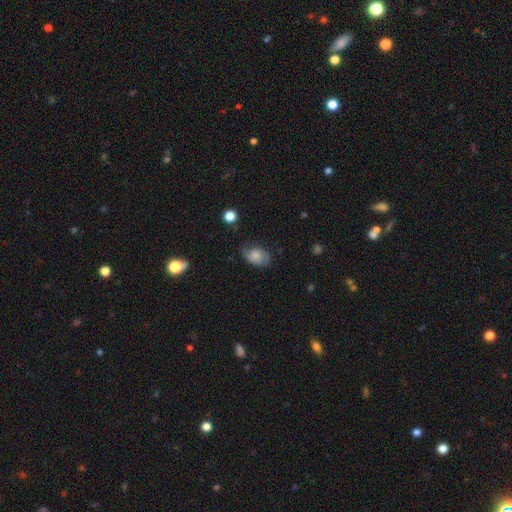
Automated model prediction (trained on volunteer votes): This appears to be a smooth galaxy with no disk features (65%) that is in between round and cigar-shaped (80%). Merging: none (60%).